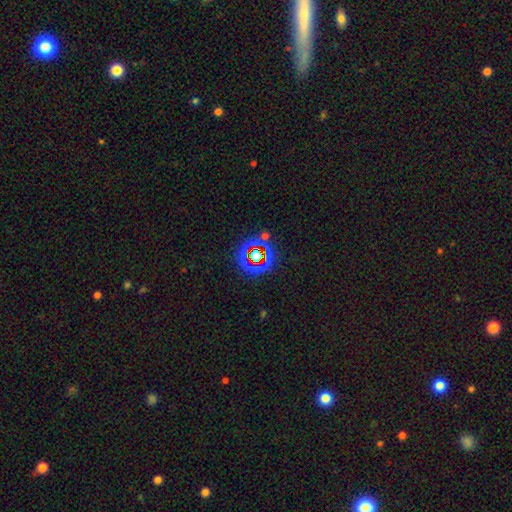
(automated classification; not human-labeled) smooth-or-featured: star or artifact: 71% | smooth: 19% | featured or disk: 10%